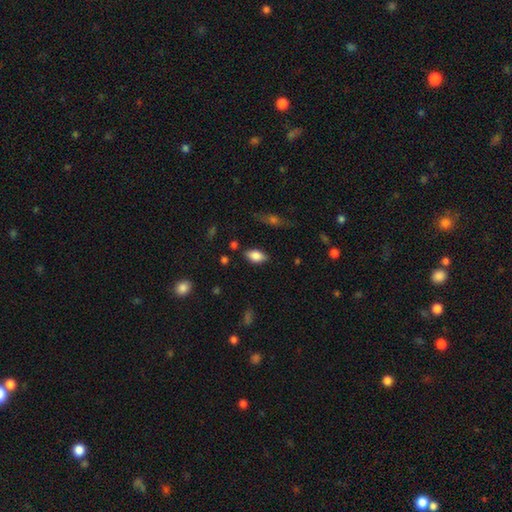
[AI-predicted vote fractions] Smooth or featured: smooth — 82% (featured or disk — 10%)
How rounded: in between — 91% (cigar-shaped — 5%)
Merging: none — 81% (minor disturbance — 14%)